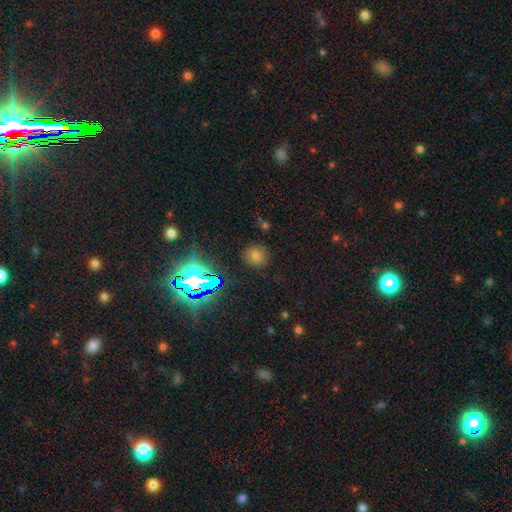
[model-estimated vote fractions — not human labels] This appears to be a smooth galaxy with no disk features (63%) that is round (85%). Merging: none (86%).